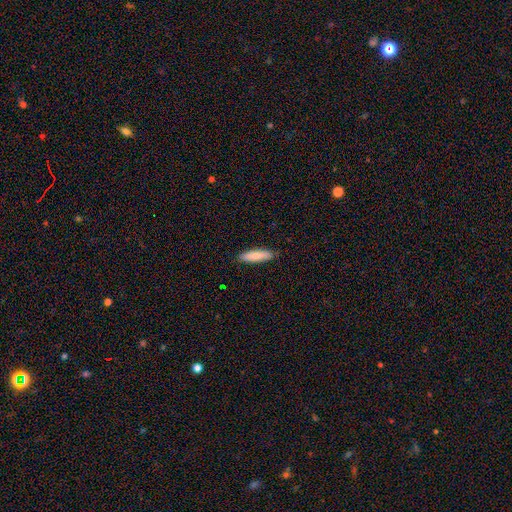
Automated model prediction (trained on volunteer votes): Morphology: type=smooth (83%); roundness=cigar-shaped (68%); merging=none (89%).